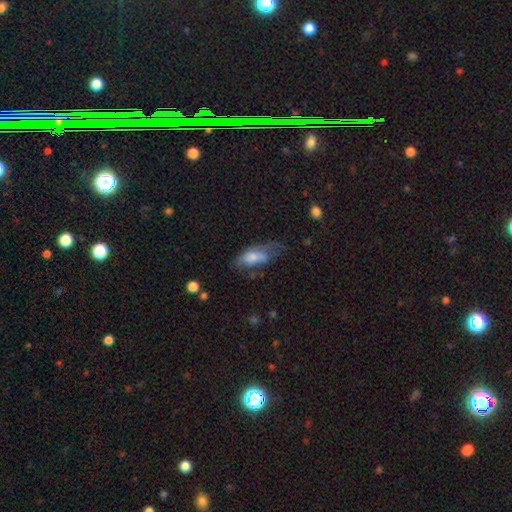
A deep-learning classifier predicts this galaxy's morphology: This is likely a smooth galaxy (64%). How rounded: clearly in between (81%). Merging: marginally none (35%).